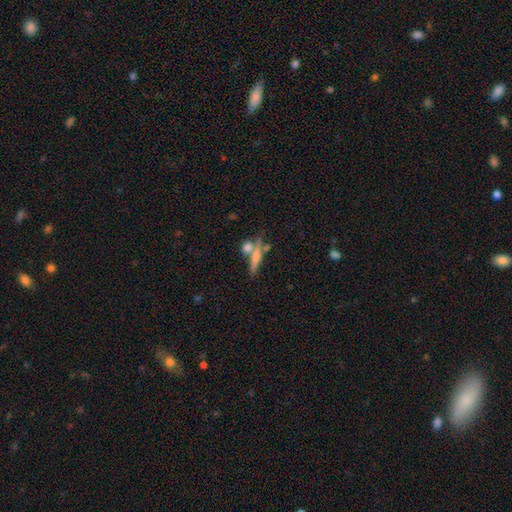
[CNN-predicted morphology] smooth_or_featured: smooth (p=0.58) [alt: featured or disk p=0.32]
how_rounded: cigar-shaped (p=0.70) [alt: in between p=0.21]
merging: none (p=0.49) [alt: merger p=0.34]